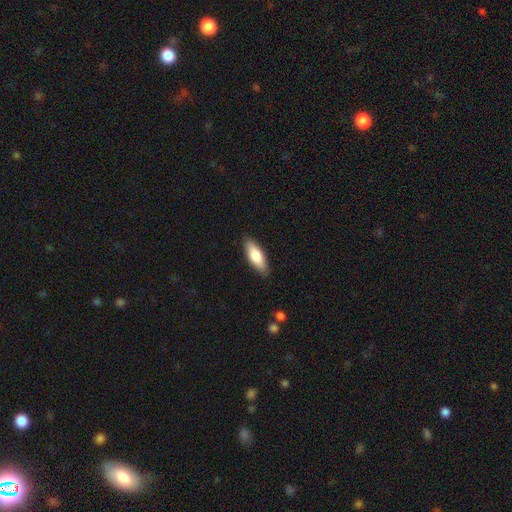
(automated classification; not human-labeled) This is likely a smooth galaxy (75%). How rounded: likely in between (62%). Merging: clearly none (87%).